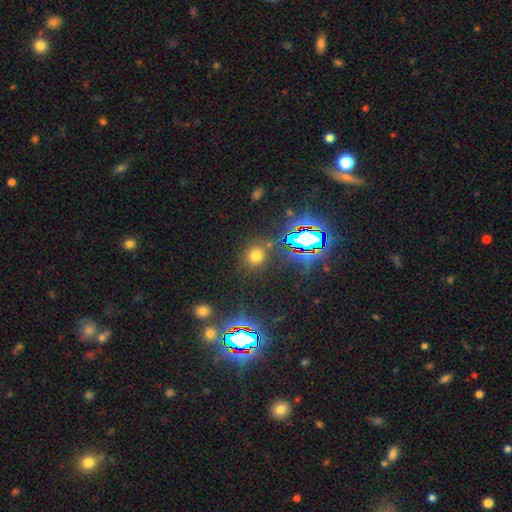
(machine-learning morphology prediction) A smooth galaxy with no disk features (63%) that is round (83%).

Vote fractions:
- Smooth or featured? smooth: 63% / star or artifact: 30% / featured or disk: 7%
- How rounded? round: 83% / in between: 16% / cigar-shaped: 1%
- Merging? none: 83% / minor disturbance: 9% / merger: 5% / major disturbance: 4%